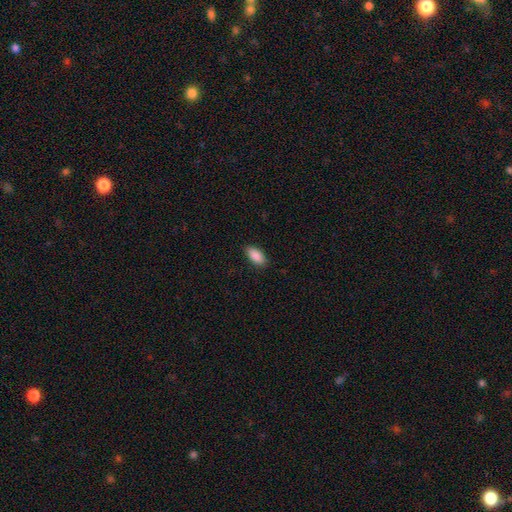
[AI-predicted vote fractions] The model was most divided on "merging": none: 88%, minor disturbance: 9%, major disturbance: 2%, merger: 1%. More confident: how rounded — in between (92%); smooth or featured — smooth (89%).